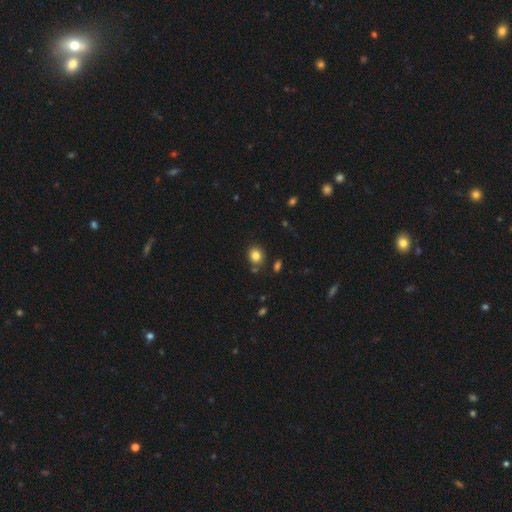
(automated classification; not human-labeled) This is clearly a smooth galaxy (83%). How rounded: likely round (72%). Merging: clearly none (82%).